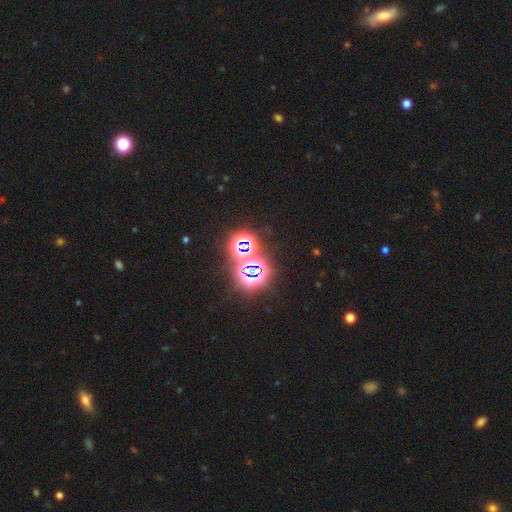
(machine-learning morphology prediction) smooth-or-featured: star or artifact: 79% | smooth: 13% | featured or disk: 8%